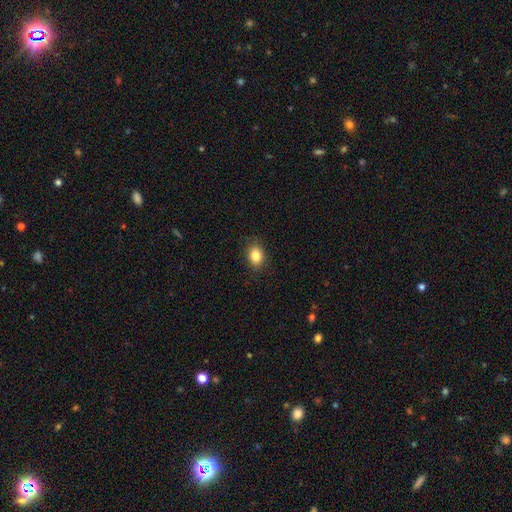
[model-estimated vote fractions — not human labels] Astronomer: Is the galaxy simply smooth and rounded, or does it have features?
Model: smooth — 85%.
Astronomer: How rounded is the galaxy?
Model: in between — 54% (runner-up: round, 45%).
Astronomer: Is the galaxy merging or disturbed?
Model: none — 87%.